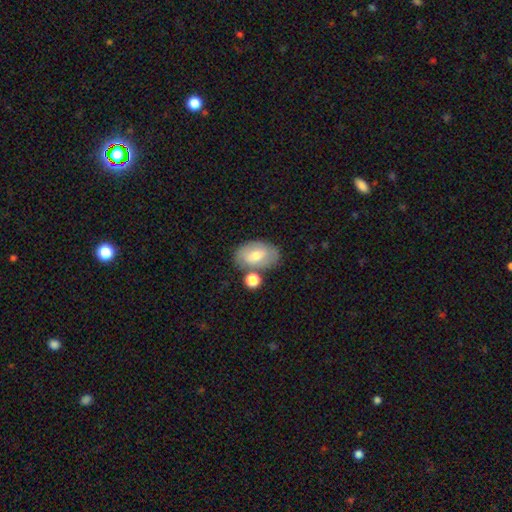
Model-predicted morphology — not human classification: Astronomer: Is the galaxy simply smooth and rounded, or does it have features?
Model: smooth — 61%.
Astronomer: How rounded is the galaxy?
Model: in between — 88%.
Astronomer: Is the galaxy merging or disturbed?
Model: none — 64%.